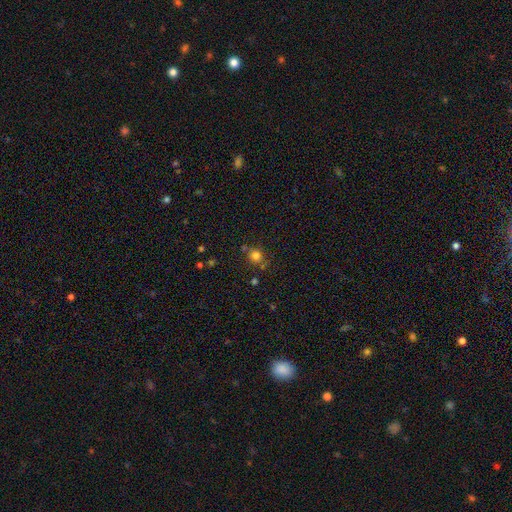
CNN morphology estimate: Smooth or featured? Predicted: smooth (p=0.77). How rounded? Predicted: round (p=0.87). Merging? Predicted: none (p=0.72).